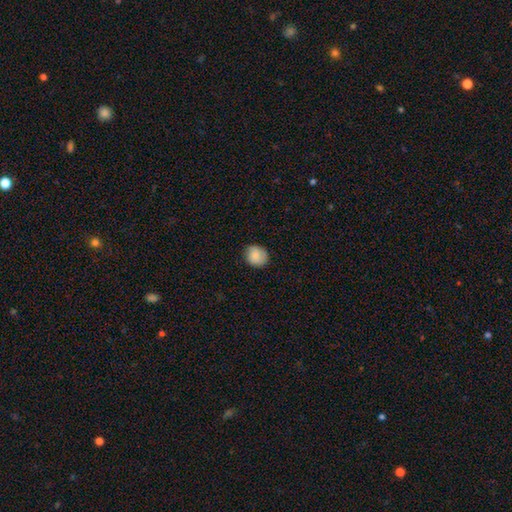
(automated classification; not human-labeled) This is clearly a smooth galaxy (86%). How rounded: likely round (76%). Merging: clearly none (84%).